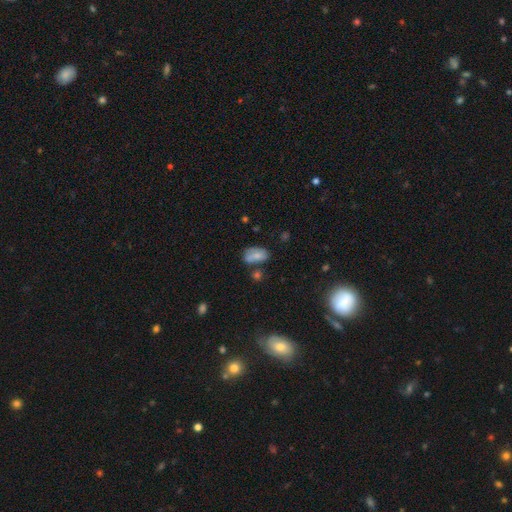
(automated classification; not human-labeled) Smooth or featured?
  - smooth: 72% *
  - featured or disk: 19%
  - star or artifact: 9%
How rounded?
  - in between: 90% *
  - round: 7%
  - cigar-shaped: 2%
Merging?
  - none: 52% *
  - minor disturbance: 25%
  - merger: 15%
  - major disturbance: 8%